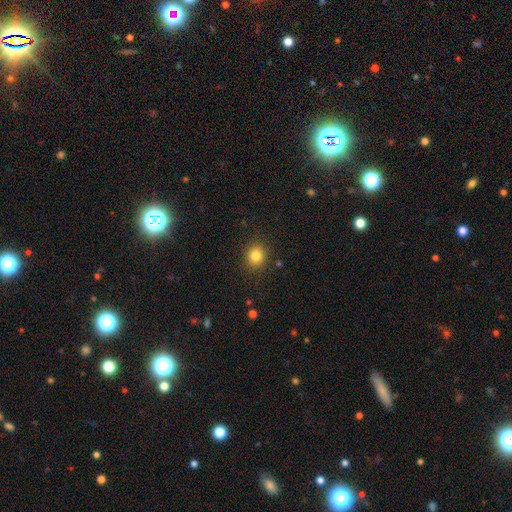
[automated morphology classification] A smooth galaxy with no disk features (82%) that is round (82%).

Vote fractions:
- Smooth or featured? smooth: 82% / star or artifact: 12% / featured or disk: 6%
- How rounded? round: 82% / in between: 17% / cigar-shaped: 1%
- Merging? none: 89% / minor disturbance: 7% / major disturbance: 3% / merger: 1%